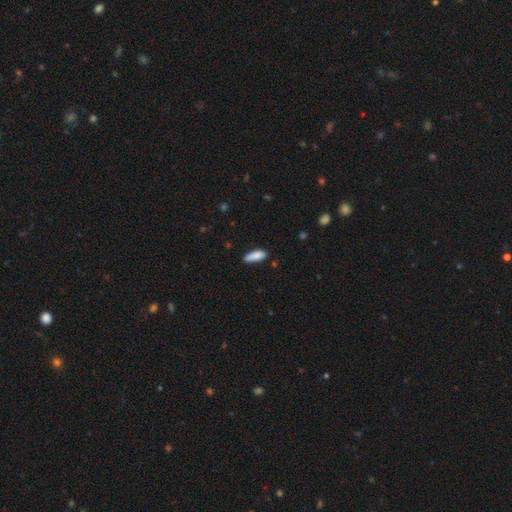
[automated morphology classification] Overall: smooth (88%). How rounded: in between (61%; cigar-shaped 38%). Merging: none (79%).